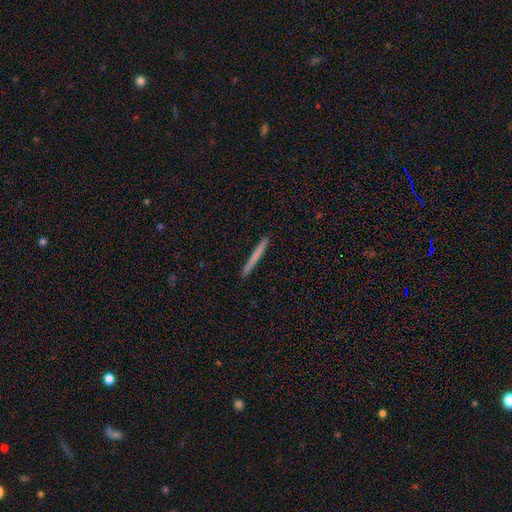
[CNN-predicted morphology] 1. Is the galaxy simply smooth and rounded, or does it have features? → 67% smooth, 27% featured or disk, 6% star or artifact.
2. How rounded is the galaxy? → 97% cigar-shaped, 2% in between, 1% round.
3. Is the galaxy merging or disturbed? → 92% none, 6% minor disturbance, 1% major disturbance, 1% merger.